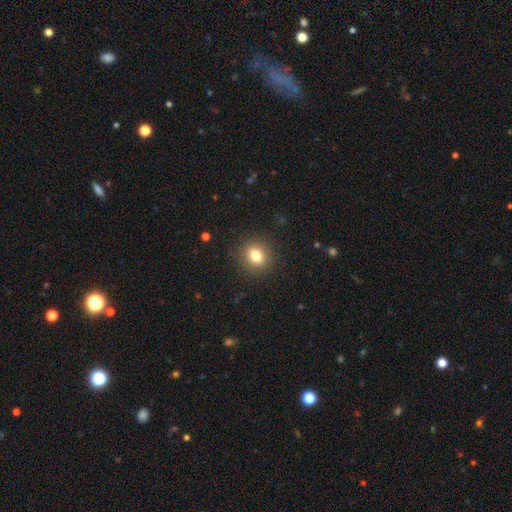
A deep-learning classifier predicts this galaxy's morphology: This is clearly a smooth galaxy (81%). How rounded: likely round (75%). Merging: clearly none (89%).